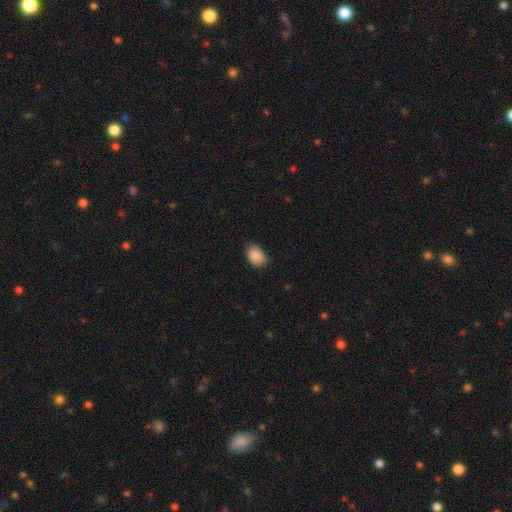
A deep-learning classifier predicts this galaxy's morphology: This is clearly a smooth galaxy (89%). How rounded: clearly in between (81%). Merging: likely none (78%).